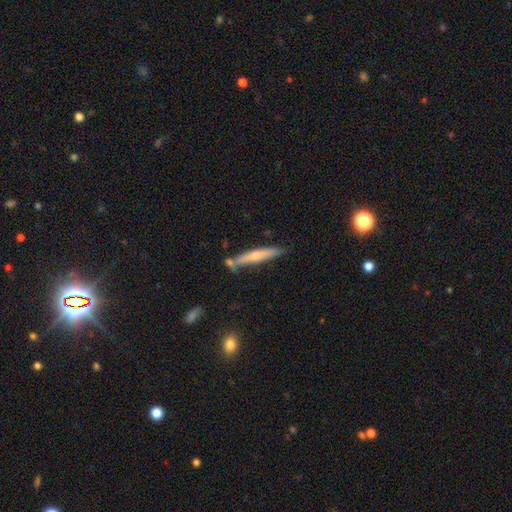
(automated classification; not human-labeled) smooth_or_featured: smooth (p=0.54) [alt: featured or disk p=0.40]
how_rounded: cigar-shaped (p=0.91) [alt: in between p=0.07]
merging: none (p=0.67) [alt: minor disturbance p=0.18]